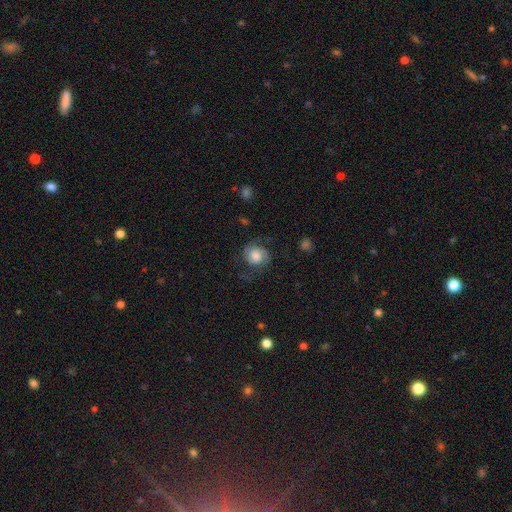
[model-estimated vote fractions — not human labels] The model was most divided on "bulge size": large: 40%, moderate: 29%, small: 11%, none: 10%, dominant: 9%. Remaining: edge-on disk — no (98%); spiral arms — yes (92%); spiral arm count — 2 (86%); merging — none (67%); bar — no (66%); smooth or featured — featured or disk (57%); spiral winding — medium (45%).